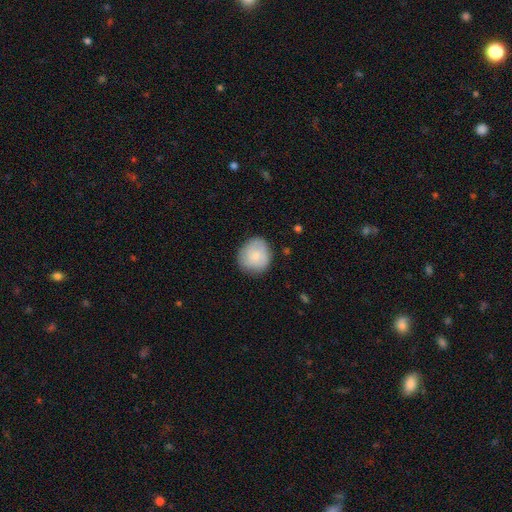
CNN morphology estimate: This is likely a smooth galaxy (75%). How rounded: clearly round (82%). Merging: clearly none (80%).